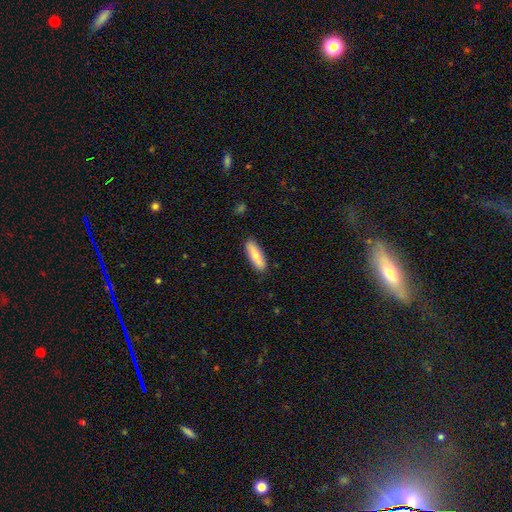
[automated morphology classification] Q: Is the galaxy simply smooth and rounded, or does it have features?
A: smooth — 71%.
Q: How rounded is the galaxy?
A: cigar-shaped — 60%.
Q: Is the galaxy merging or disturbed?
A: none — 88%.